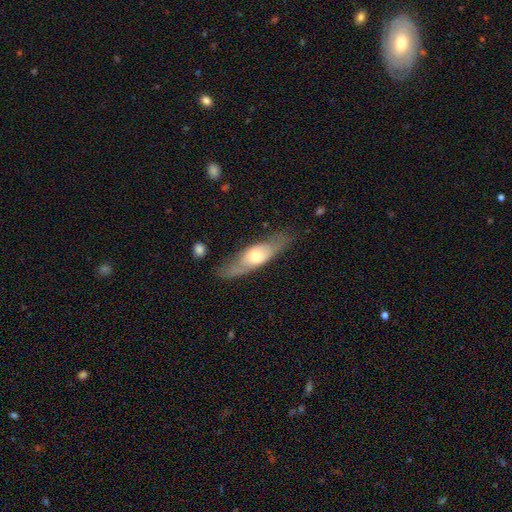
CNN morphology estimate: A featured or disk galaxy (55%). Merging: none (71%).